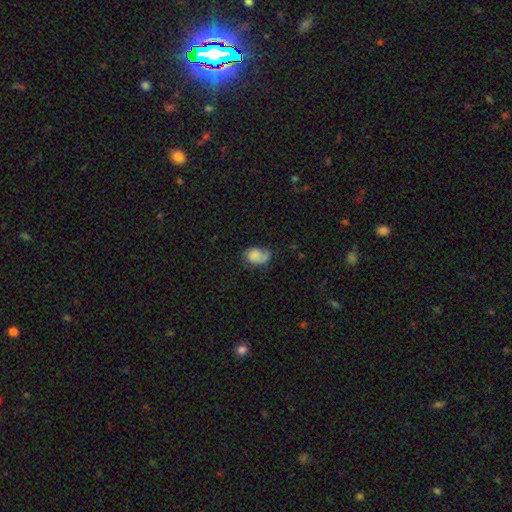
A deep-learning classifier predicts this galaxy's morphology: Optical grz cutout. It shows a smooth galaxy with no disk features (56%) that is in between round and cigar-shaped (74%). Merging: none (41%).